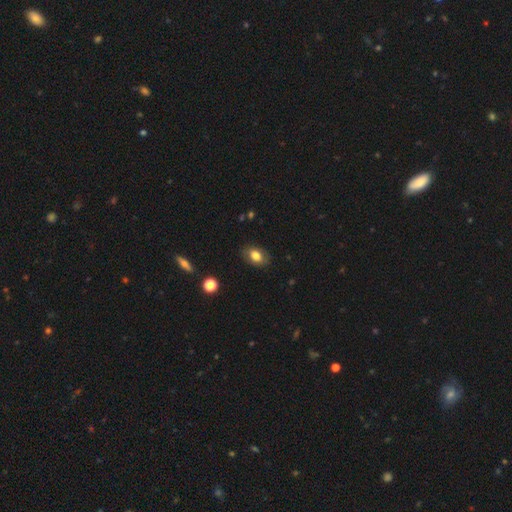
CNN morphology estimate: Overall: smooth (79%). How rounded: in between (83%). Merging: none (82%).